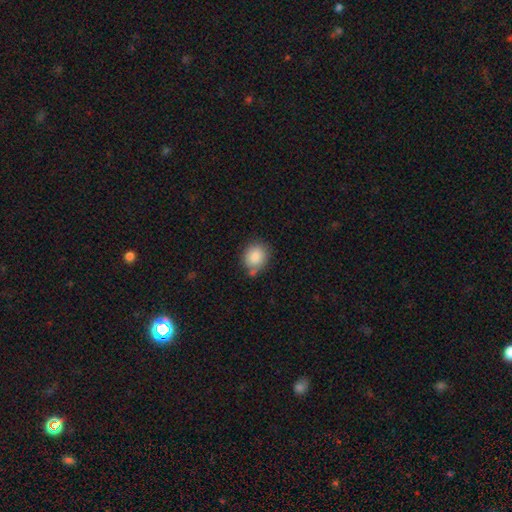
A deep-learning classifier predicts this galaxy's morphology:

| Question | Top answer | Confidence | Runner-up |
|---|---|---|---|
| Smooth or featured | smooth | 86% | star or artifact (8%) |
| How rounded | round | 64% | in between (35%) |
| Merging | none | 66% | minor disturbance (20%) |